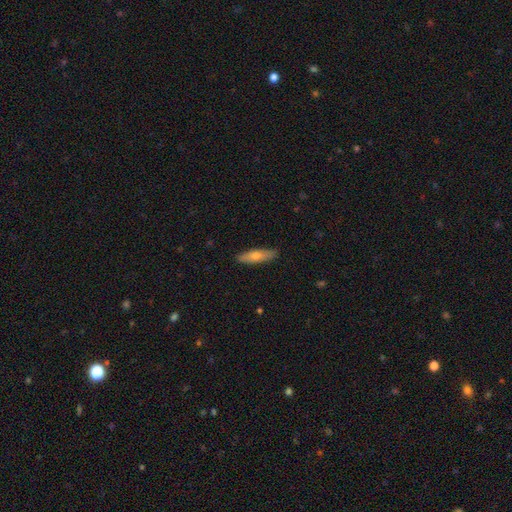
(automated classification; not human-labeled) smooth-or-featured: smooth: 56% | featured or disk: 37% | star or artifact: 7%
  how-rounded: cigar-shaped: 76% | in between: 22% | round: 2%
  merging: none: 89% | minor disturbance: 8% | major disturbance: 2% | merger: 1%